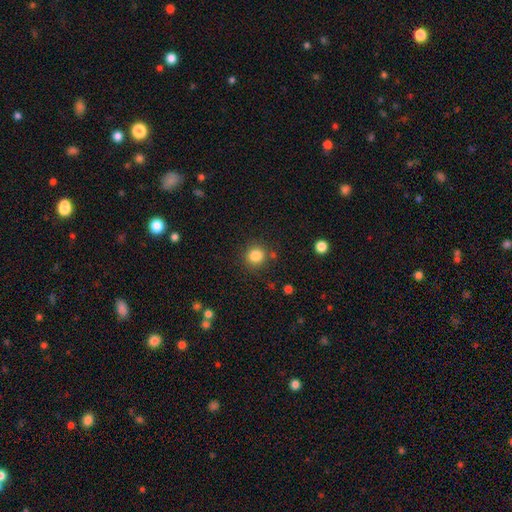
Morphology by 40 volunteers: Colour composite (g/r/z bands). It shows a smooth galaxy with no disk features (95%) that is round (89%). Merging: none (82%).